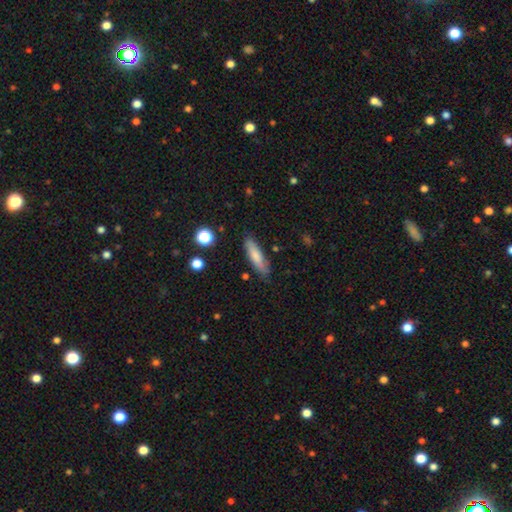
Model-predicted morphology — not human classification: smooth 75%, featured or disk 18%, star or artifact 7%. Down the decision tree: how rounded — cigar-shaped (69%); merging — none (82%).